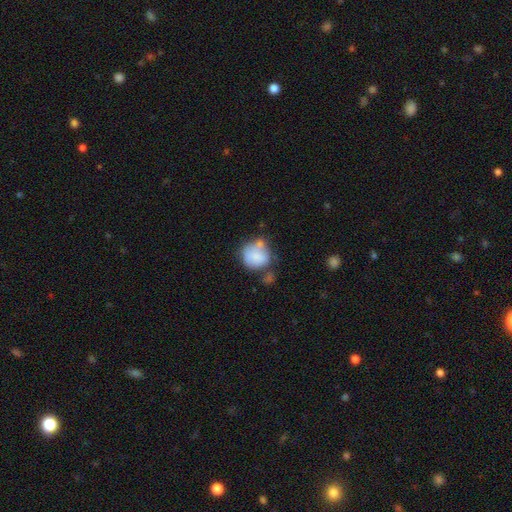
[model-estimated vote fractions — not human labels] Morphology: type=smooth (73%); roundness=round (77%); merging=none (37%).